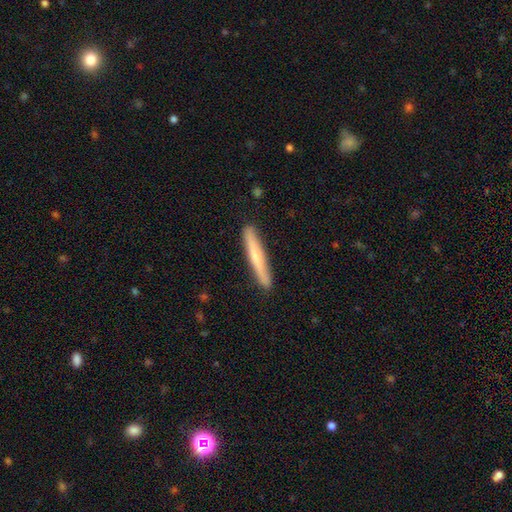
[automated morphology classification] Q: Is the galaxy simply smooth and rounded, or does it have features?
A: smooth — 60%.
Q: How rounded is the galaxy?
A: cigar-shaped — 95%.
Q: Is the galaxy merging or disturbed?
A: none — 90%.